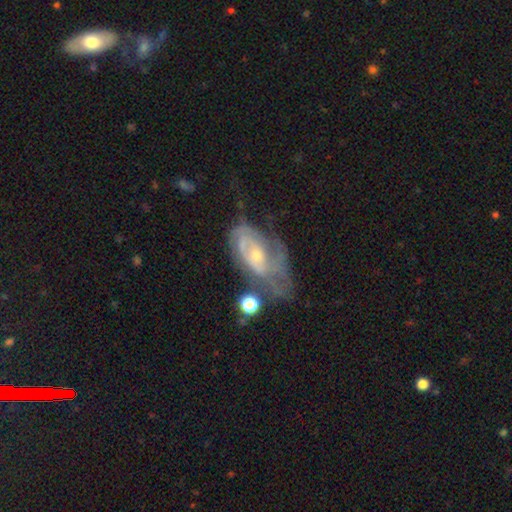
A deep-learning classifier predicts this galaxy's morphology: type=featured or disk (73%); edge-on=no (94%); bar=no (65%); spiral arms=yes (74%); winding=tight (52%); arm count=can't tell (49%); bulge=small (54%); merging=none (34%).